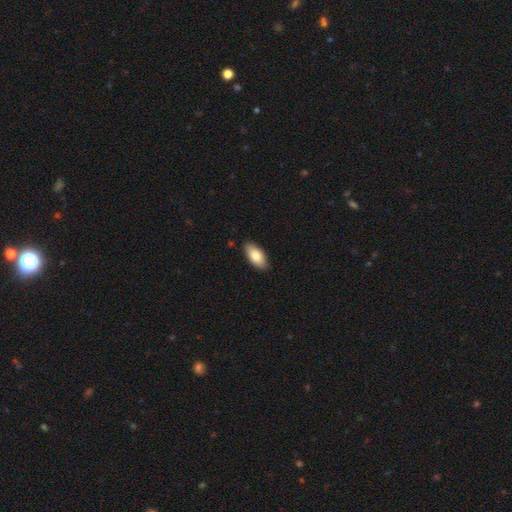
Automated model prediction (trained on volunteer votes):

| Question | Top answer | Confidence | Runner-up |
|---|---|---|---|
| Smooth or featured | smooth | 82% | featured or disk (12%) |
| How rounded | in between | 92% | cigar-shaped (6%) |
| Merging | none | 88% | minor disturbance (10%) |